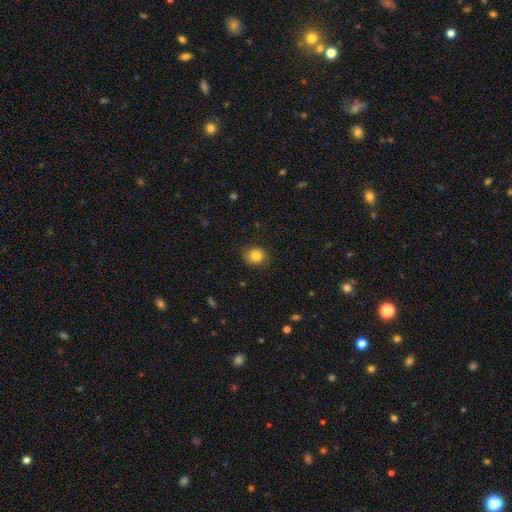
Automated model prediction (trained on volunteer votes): This appears to be a smooth galaxy with no disk features (84%) that is round (82%). Merging: none (85%).